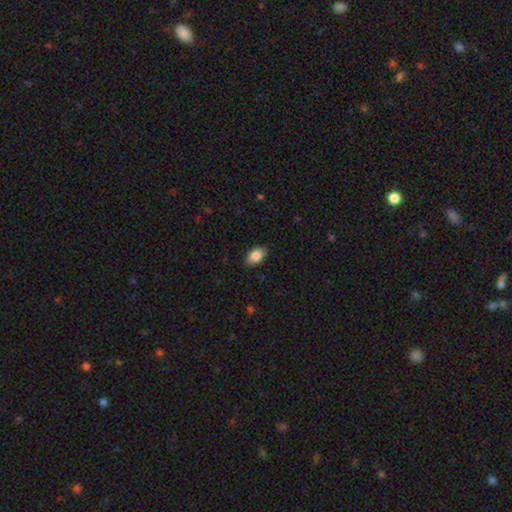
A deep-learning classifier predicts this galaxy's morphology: type=smooth (85%); roundness=in between (91%); merging=none (88%).